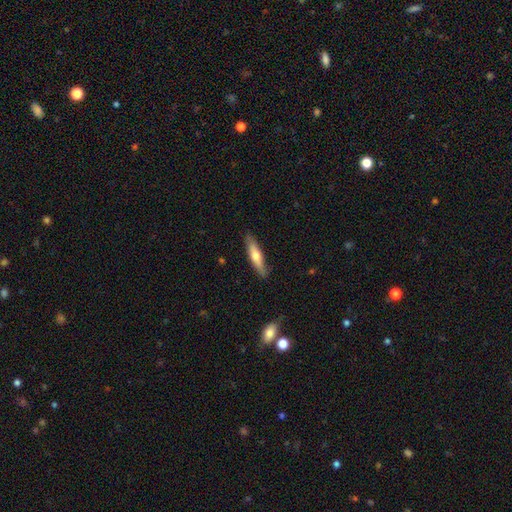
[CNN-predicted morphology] Overall: smooth (58%; featured or disk 37%). How rounded: cigar-shaped (81%). Merging: none (87%).